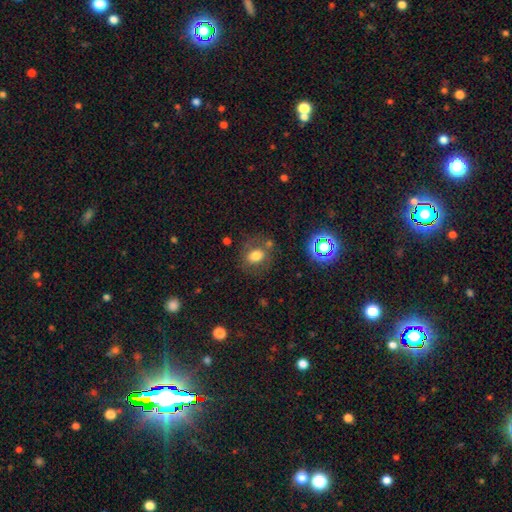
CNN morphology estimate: A smooth galaxy with no disk features (69%) that is round (50%). Merging: none (68%).